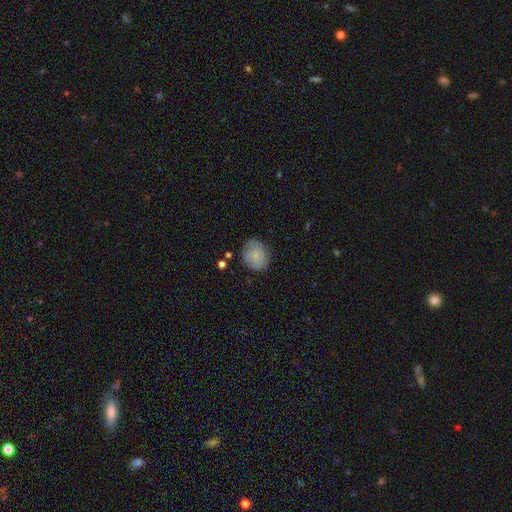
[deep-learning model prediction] Overall: smooth (77%). How rounded: round (71%). Merging: none (75%).